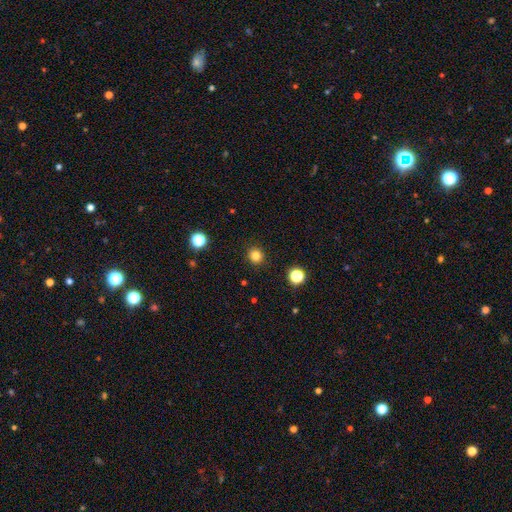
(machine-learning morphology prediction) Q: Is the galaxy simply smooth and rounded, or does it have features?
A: smooth — 82%.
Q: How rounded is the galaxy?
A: round — 91%.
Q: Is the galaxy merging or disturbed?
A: none — 91%.